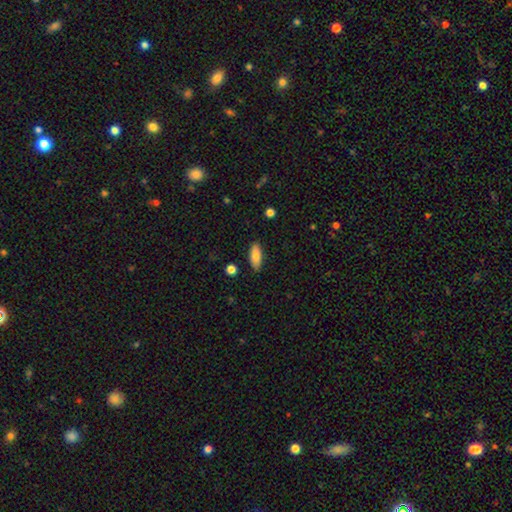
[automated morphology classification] This is clearly a smooth galaxy (84%). How rounded: likely in between (78%). Merging: clearly none (86%).